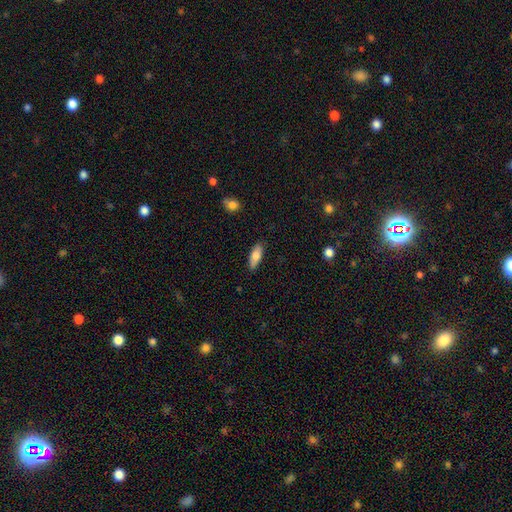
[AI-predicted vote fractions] A smooth galaxy with no disk features (73%) that is in between round and cigar-shaped (67%).

Vote fractions:
- Smooth or featured? smooth: 73% / featured or disk: 21% / star or artifact: 6%
- How rounded? in between: 67% / cigar-shaped: 31% / round: 2%
- Merging? none: 86% / minor disturbance: 11% / major disturbance: 2% / merger: 1%